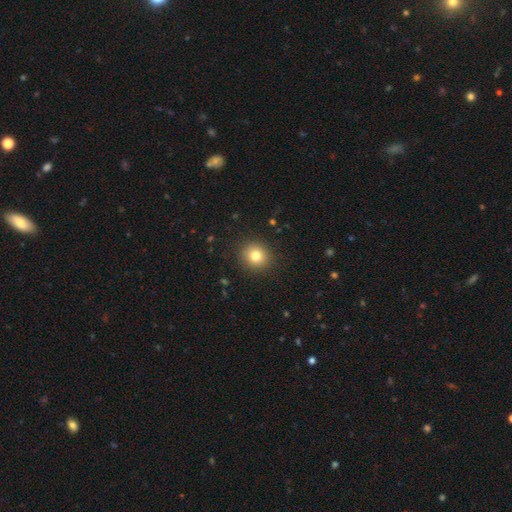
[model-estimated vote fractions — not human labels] Smooth or featured?
  - smooth: 81% *
  - star or artifact: 12%
  - featured or disk: 8%
How rounded?
  - round: 89% *
  - in between: 10%
  - cigar-shaped: 1%
Merging?
  - none: 90% *
  - minor disturbance: 6%
  - major disturbance: 2%
  - merger: 1%